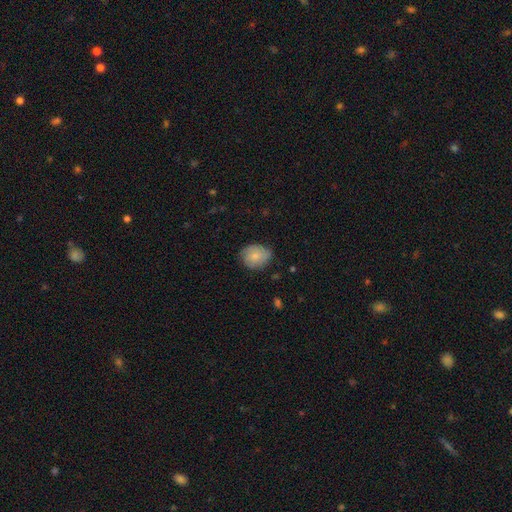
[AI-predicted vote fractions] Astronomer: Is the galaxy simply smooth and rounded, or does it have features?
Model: smooth — 76%.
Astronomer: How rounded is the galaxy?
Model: round — 64%.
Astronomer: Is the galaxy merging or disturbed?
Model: none — 67%.